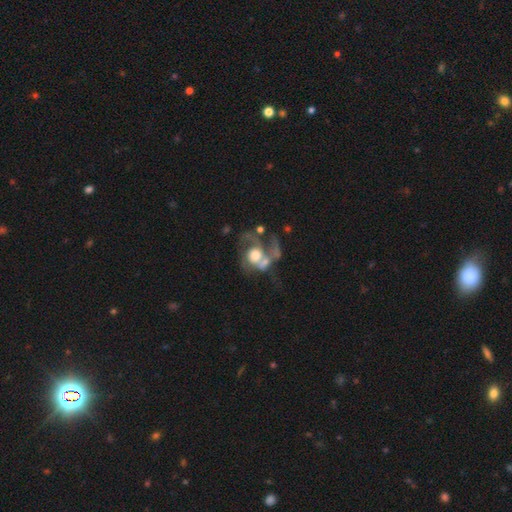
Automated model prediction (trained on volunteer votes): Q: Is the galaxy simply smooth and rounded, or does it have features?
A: featured or disk — 70%.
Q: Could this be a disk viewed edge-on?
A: no — 98%.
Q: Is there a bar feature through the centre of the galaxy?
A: no — 78%.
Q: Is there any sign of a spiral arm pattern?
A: yes — 74%.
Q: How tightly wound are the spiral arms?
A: loose — 43%.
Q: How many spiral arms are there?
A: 2 — 41%.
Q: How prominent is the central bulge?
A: moderate — 47%.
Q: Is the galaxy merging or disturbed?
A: merger — 36%.